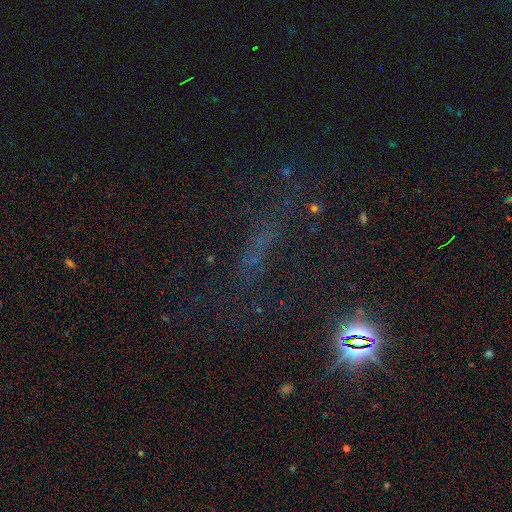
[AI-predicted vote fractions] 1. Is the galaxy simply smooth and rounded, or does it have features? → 52% star or artifact, 26% smooth, 22% featured or disk.